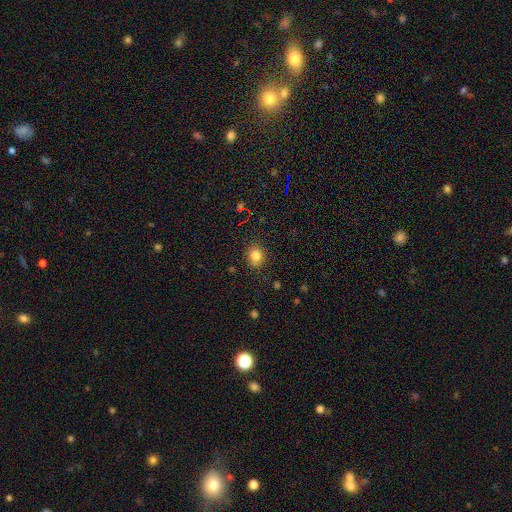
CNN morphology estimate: Smooth or featured? Predicted: smooth (p=0.82). How rounded? Predicted: round (p=0.73). Merging? Predicted: none (p=0.81).